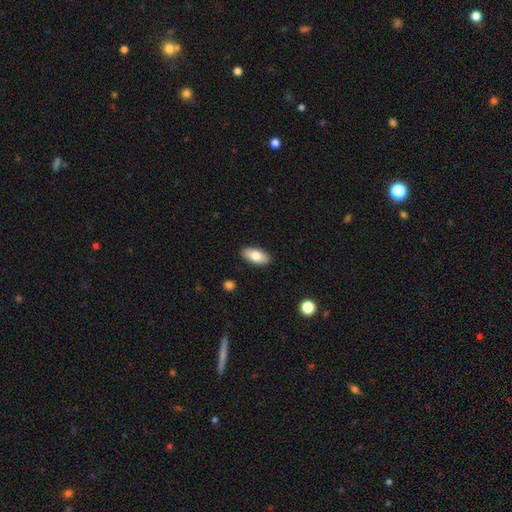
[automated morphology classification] The model was most divided on "smooth or featured": smooth: 81%, featured or disk: 13%, star or artifact: 6%. More confident: how rounded — in between (90%); merging — none (89%).